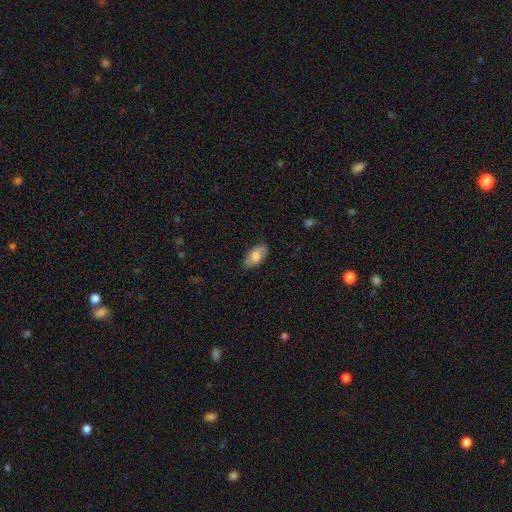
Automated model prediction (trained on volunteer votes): Morphology: type=smooth (70%); roundness=in between (93%); merging=none (83%).